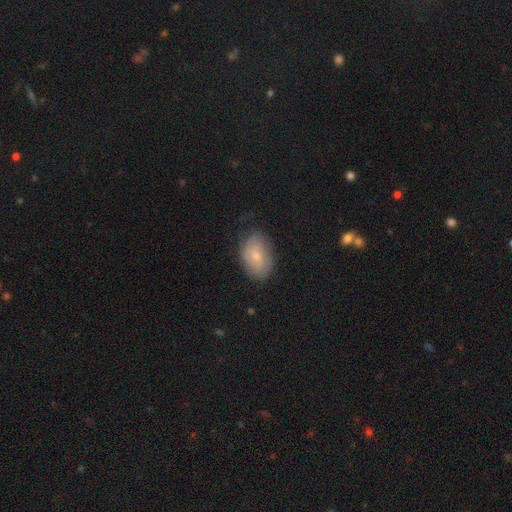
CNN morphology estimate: type=smooth (65%); roundness=in between (87%); merging=none (69%).